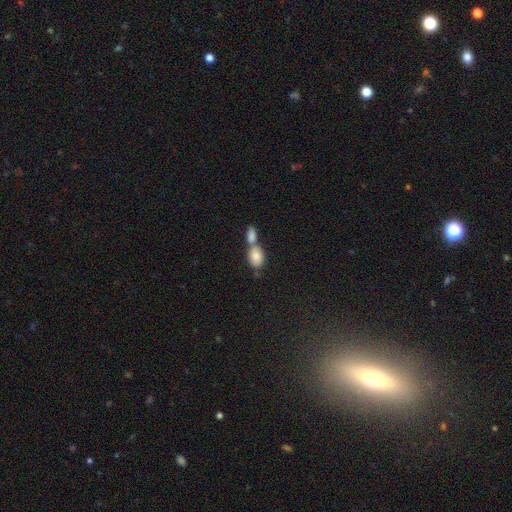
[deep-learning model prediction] This is clearly a smooth galaxy (84%). How rounded: clearly in between (81%). Merging: possibly merger (59%).